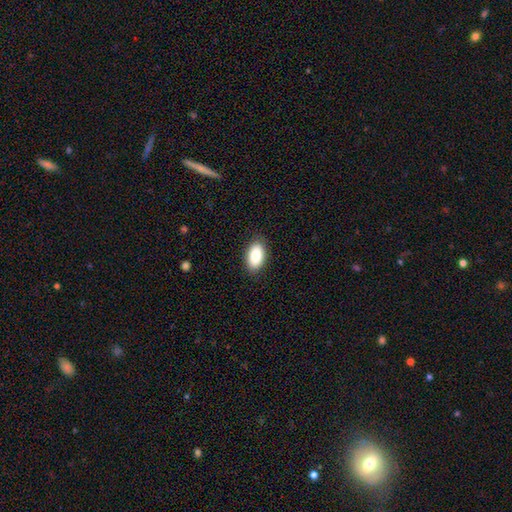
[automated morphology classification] The model was most divided on "merging": none: 87%, minor disturbance: 9%, major disturbance: 2%, merger: 1%. More confident: how rounded — in between (94%); smooth or featured — smooth (87%).